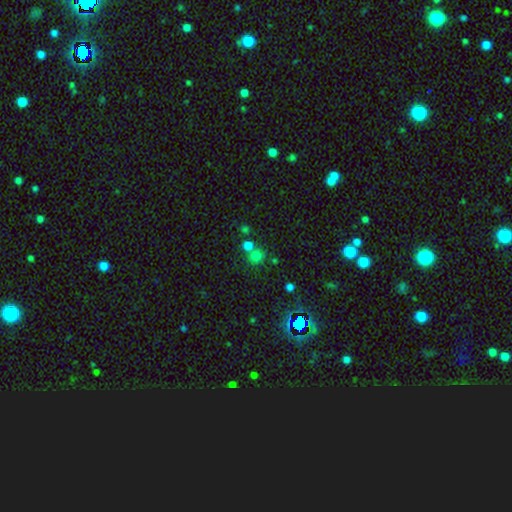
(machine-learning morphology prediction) smooth-or-featured: smooth: 70% | star or artifact: 23% | featured or disk: 7%
  how-rounded: round: 85% | in between: 14% | cigar-shaped: 1%
  merging: none: 60% | merger: 29% | minor disturbance: 8% | major disturbance: 4%